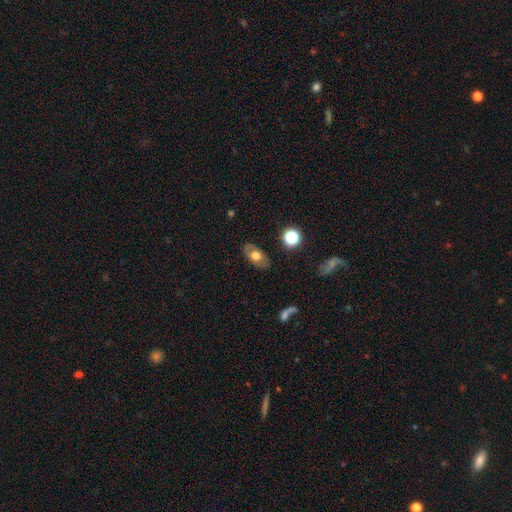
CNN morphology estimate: A smooth galaxy with no disk features (52%) that is in between round and cigar-shaped (86%). Merging: none (83%).